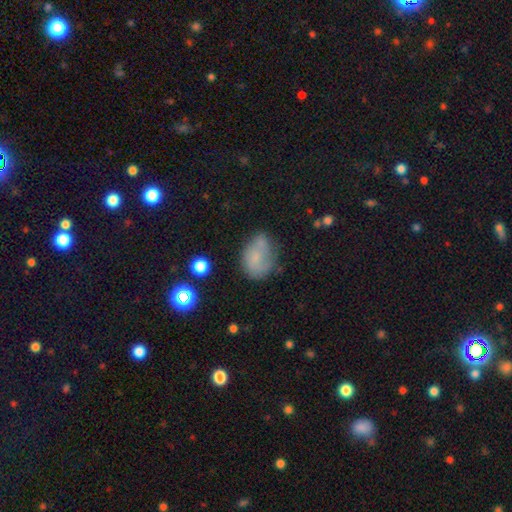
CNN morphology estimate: Smooth or featured?
  - smooth: 63% *
  - featured or disk: 25%
  - star or artifact: 13%
How rounded?
  - in between: 73% *
  - round: 26%
  - cigar-shaped: 1%
Merging?
  - none: 47% *
  - minor disturbance: 30%
  - major disturbance: 13%
  - merger: 10%